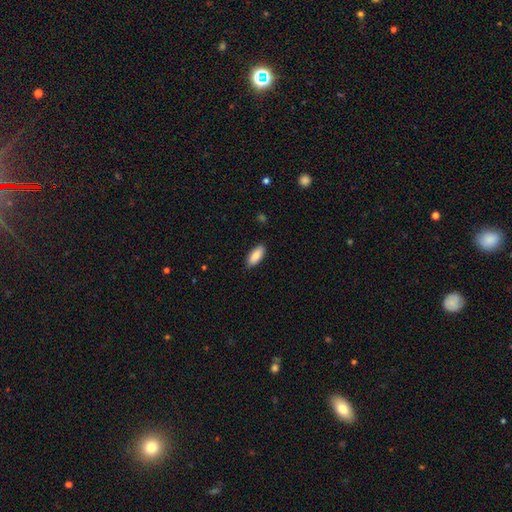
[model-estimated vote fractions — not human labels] smooth_or_featured: smooth (p=0.87) [alt: featured or disk p=0.07]
how_rounded: in between (p=0.86) [alt: cigar-shaped p=0.13]
merging: none (p=0.87) [alt: minor disturbance p=0.10]